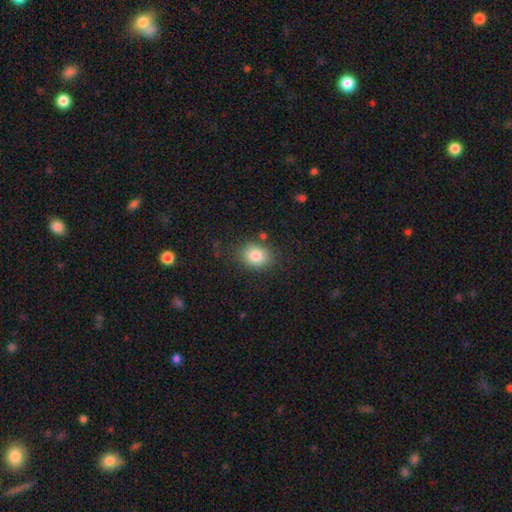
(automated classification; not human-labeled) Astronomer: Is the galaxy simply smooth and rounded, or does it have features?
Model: smooth — 84%.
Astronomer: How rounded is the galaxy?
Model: in between — 54% (runner-up: round, 45%).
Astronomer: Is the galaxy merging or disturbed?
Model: none — 80%.